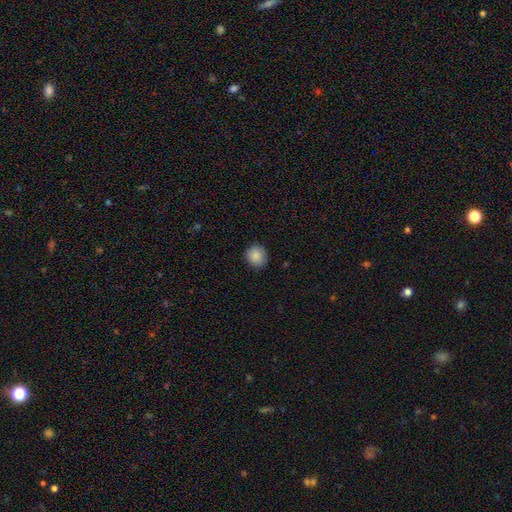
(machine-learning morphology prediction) Smooth or featured: smooth — 87% (star or artifact — 9%)
How rounded: round — 88% (in between — 11%)
Merging: none — 88% (minor disturbance — 9%)